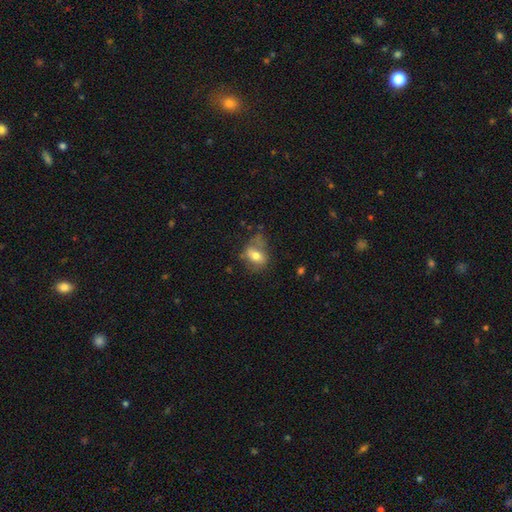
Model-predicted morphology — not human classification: Smooth or featured? Predicted: smooth (p=0.58). How rounded? Predicted: in between (p=0.74). Merging? Predicted: none (p=0.43).